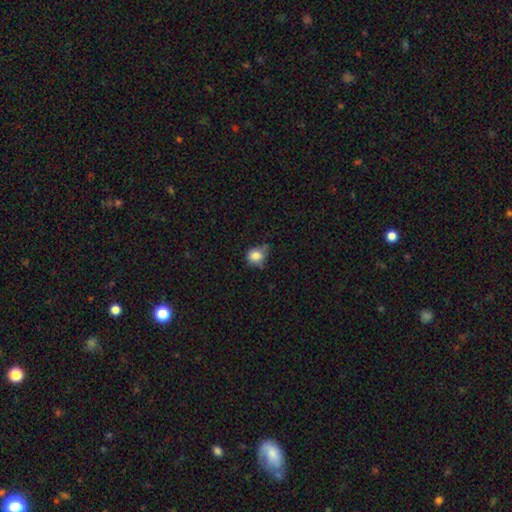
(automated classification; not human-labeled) Smooth or featured: smooth — 81% (star or artifact — 10%)
How rounded: round — 72% (in between — 27%)
Merging: none — 44% (minor disturbance — 40%)